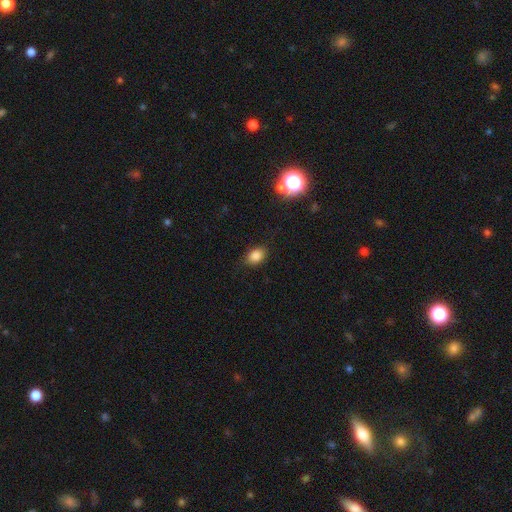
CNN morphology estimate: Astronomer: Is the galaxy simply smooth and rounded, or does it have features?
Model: smooth — 84%.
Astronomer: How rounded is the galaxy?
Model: in between — 76%.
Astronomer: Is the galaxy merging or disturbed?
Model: none — 85%.